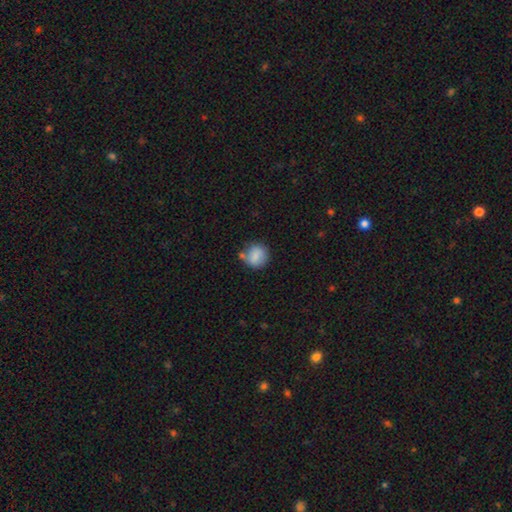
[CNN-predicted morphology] Q: Smooth or featured?
A: smooth (83%); runner-up: featured or disk (9%)
Q: How rounded?
A: round (84%); runner-up: in between (14%)
Q: Merging?
A: none (67%); runner-up: minor disturbance (17%)